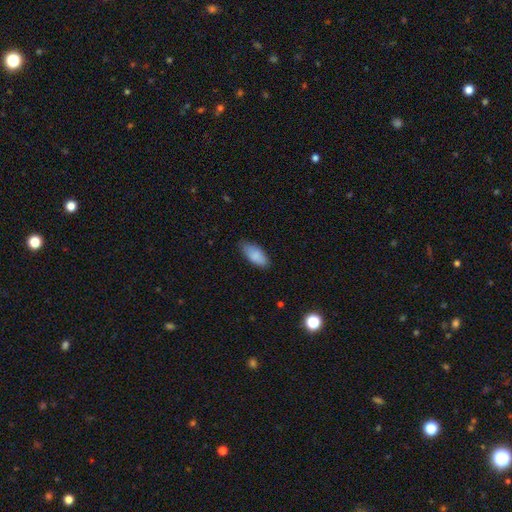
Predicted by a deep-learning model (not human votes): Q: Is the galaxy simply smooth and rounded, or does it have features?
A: smooth — 86%.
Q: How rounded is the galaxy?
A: in between — 88%.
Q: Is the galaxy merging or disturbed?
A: none — 78%.